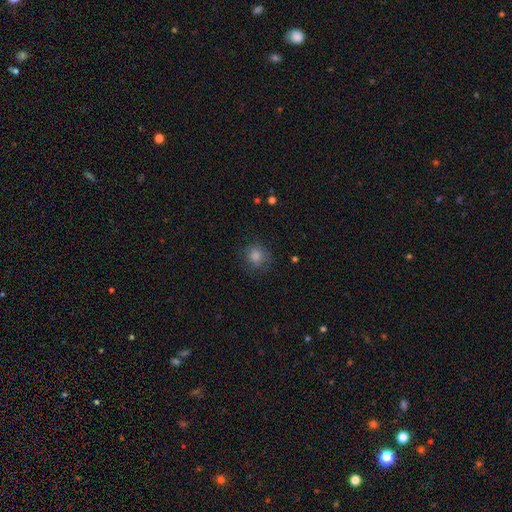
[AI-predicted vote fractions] This is likely a smooth galaxy (76%). How rounded: clearly round (84%). Merging: likely none (79%).